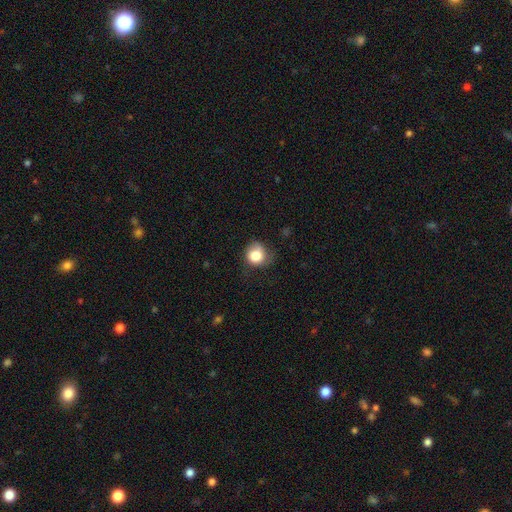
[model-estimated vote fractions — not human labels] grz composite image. It shows a smooth galaxy with no disk features (81%) that is round (81%). Merging: none (51%).